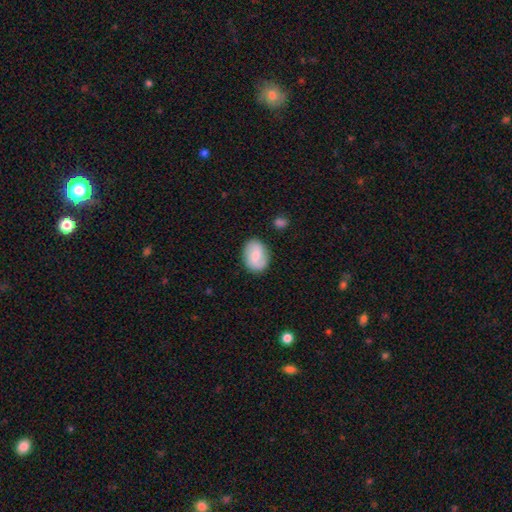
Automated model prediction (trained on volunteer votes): Morphology: type=smooth (58%); roundness=in between (72%); merging=none (81%).